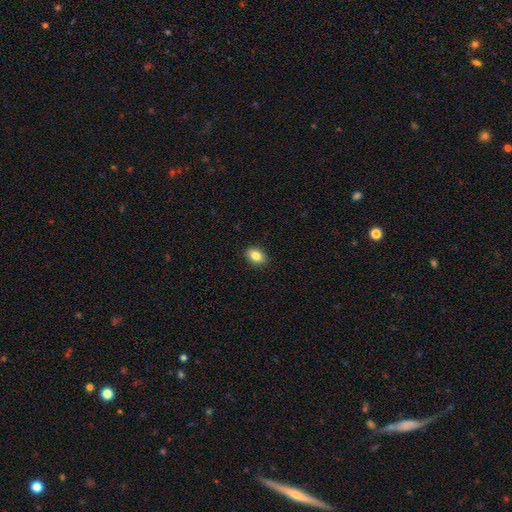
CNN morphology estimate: This is clearly a smooth galaxy (85%). How rounded: likely in between (80%). Merging: clearly none (89%).